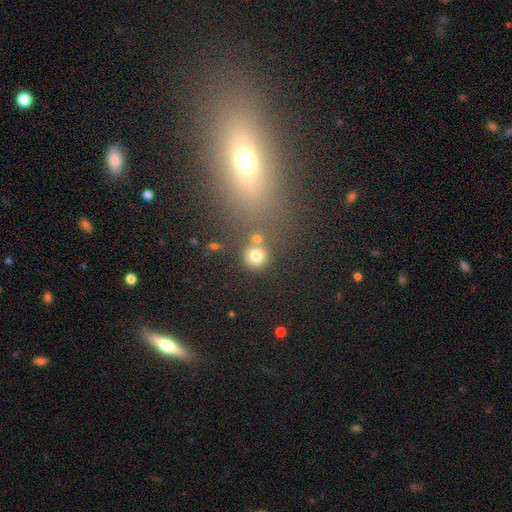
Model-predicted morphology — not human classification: A smooth galaxy with no disk features (76%) that is round (90%). Merging: none (70%).